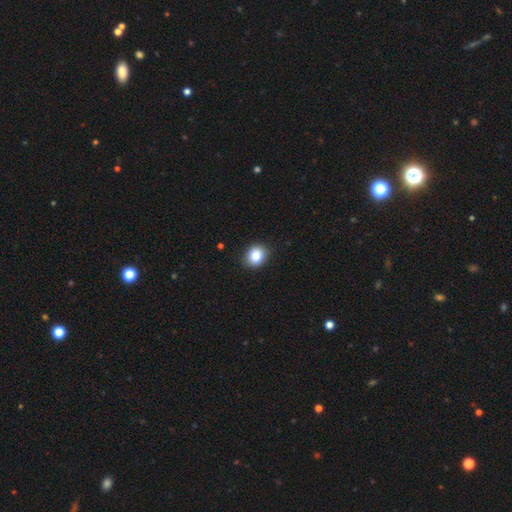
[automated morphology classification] A smooth galaxy with no disk features (84%) that is round (67%).

Vote fractions:
- Smooth or featured? smooth: 84% / star or artifact: 10% / featured or disk: 6%
- How rounded? round: 67% / in between: 32% / cigar-shaped: 1%
- Merging? none: 90% / minor disturbance: 7% / major disturbance: 2% / merger: 1%